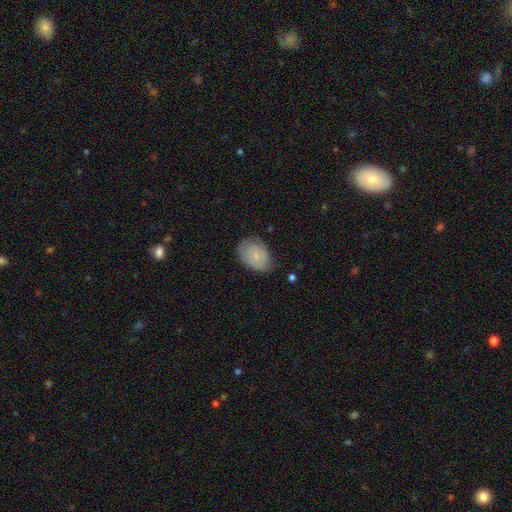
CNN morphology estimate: Overall: smooth (73%). How rounded: in between (76%). Merging: none (66%; minor disturbance 27%).